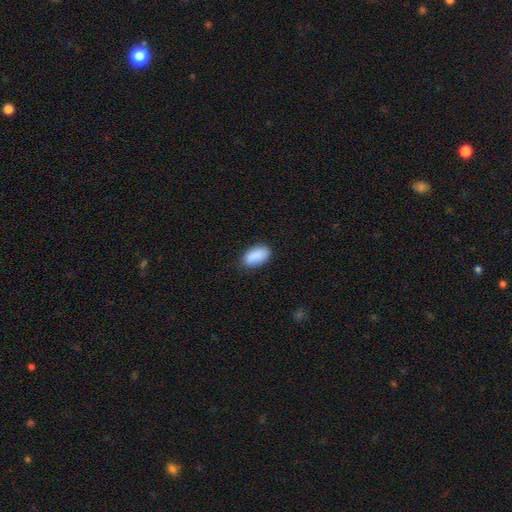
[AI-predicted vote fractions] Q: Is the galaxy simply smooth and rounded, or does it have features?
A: smooth — 89%.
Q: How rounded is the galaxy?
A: in between — 93%.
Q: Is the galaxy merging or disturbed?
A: none — 82%.